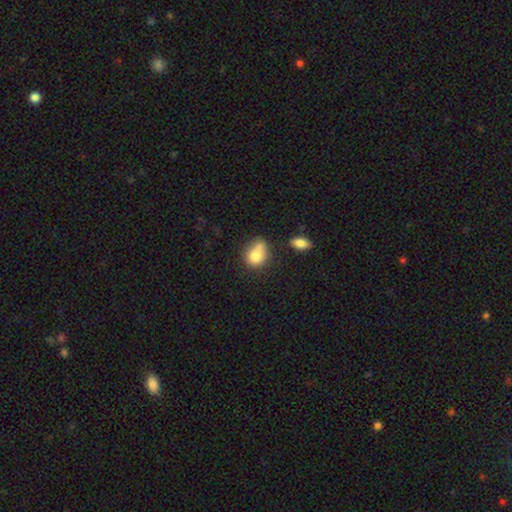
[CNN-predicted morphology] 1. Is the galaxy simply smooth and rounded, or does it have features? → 78% smooth, 13% featured or disk, 9% star or artifact.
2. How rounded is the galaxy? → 53% round, 46% in between, 1% cigar-shaped.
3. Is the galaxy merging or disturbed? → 37% none, 32% merger, 22% minor disturbance, 9% major disturbance.